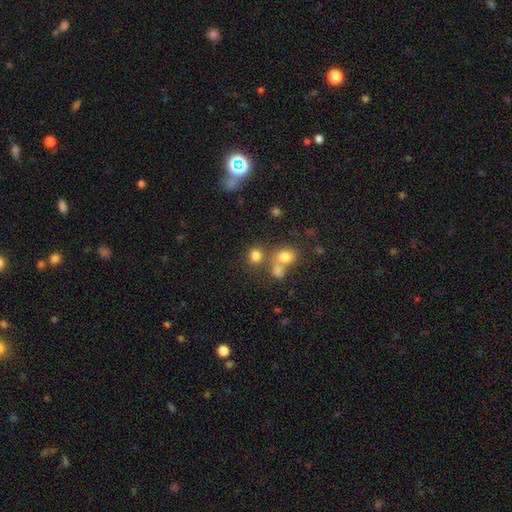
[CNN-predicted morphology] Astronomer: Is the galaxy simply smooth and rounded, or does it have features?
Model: smooth — 78%.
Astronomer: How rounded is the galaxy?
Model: round — 76%.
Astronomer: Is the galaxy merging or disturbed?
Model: none — 60%.